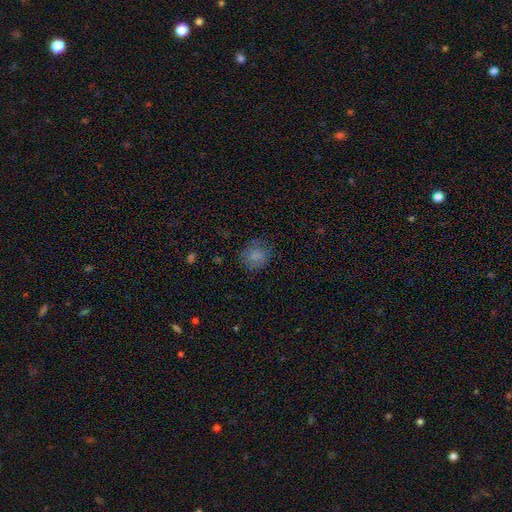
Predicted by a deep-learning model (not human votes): smooth_or_featured: smooth (p=0.79) [alt: star or artifact p=0.12]
how_rounded: round (p=0.79) [alt: in between p=0.20]
merging: none (p=0.78) [alt: minor disturbance p=0.15]